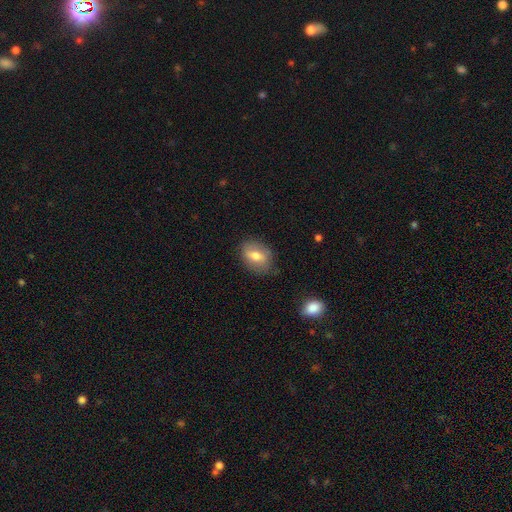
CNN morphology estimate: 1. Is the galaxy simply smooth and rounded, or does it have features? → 66% smooth, 26% featured or disk, 8% star or artifact.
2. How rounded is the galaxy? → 76% in between, 22% round, 2% cigar-shaped.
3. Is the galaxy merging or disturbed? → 77% none, 17% minor disturbance, 5% major disturbance, 1% merger.